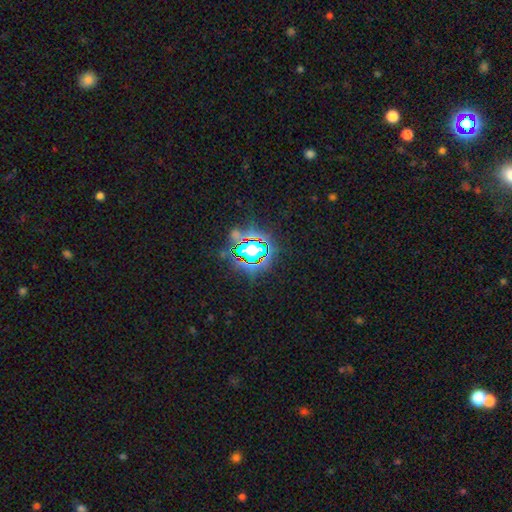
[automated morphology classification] Overall: star or artifact (73%).